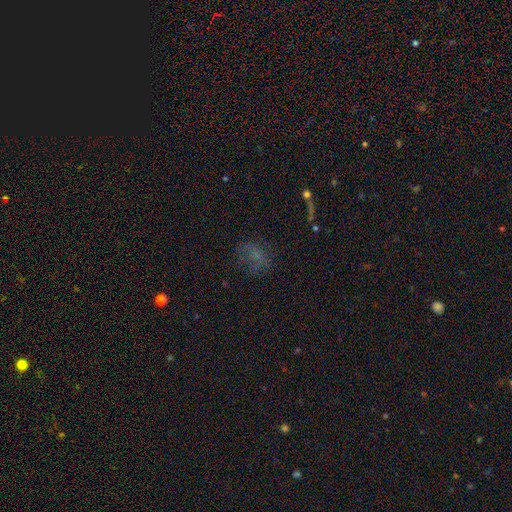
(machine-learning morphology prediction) Q: Smooth or featured?
A: smooth (47%); runner-up: star or artifact (27%)
Q: Merging?
A: none (53%); runner-up: major disturbance (23%)